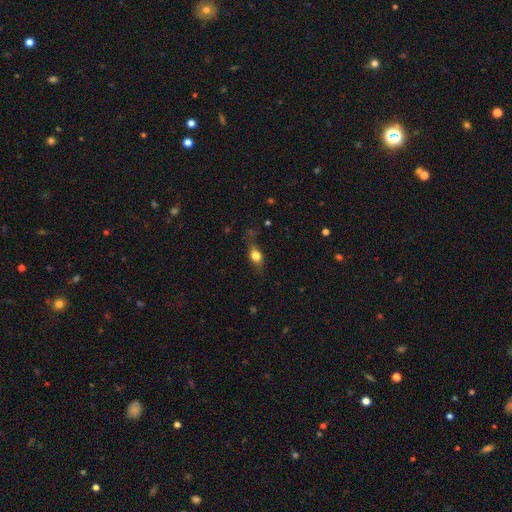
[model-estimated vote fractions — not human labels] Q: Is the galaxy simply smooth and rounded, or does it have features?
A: smooth — 66%.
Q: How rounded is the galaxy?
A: in between — 63%.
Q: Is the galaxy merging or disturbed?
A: none — 65%.